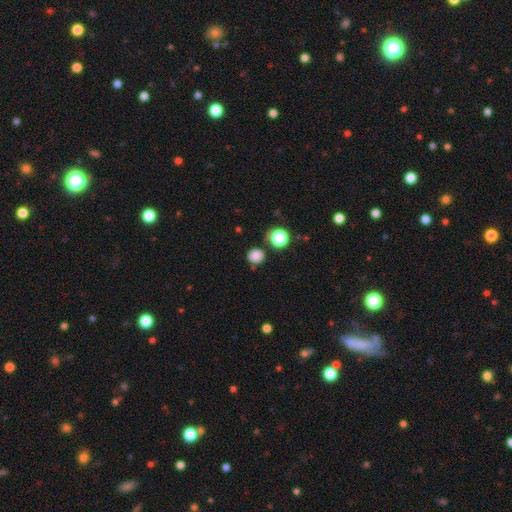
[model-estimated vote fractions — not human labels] smooth 82%, star or artifact 13%, featured or disk 5%. Down the decision tree: how rounded — round (86%); merging — none (78%).